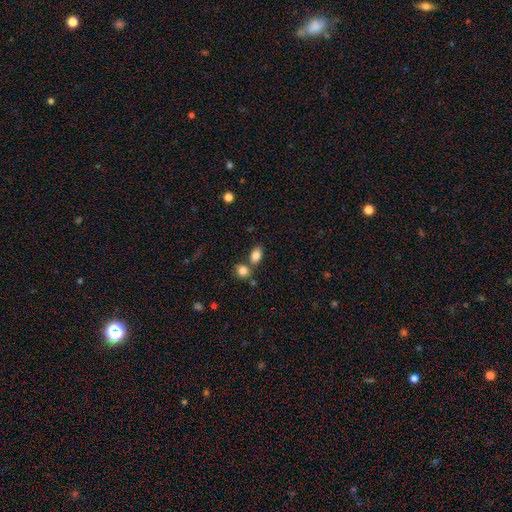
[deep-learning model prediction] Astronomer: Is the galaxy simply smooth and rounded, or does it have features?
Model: smooth — 84%.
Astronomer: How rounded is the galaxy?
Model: in between — 84%.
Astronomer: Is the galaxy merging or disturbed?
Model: none — 60%.